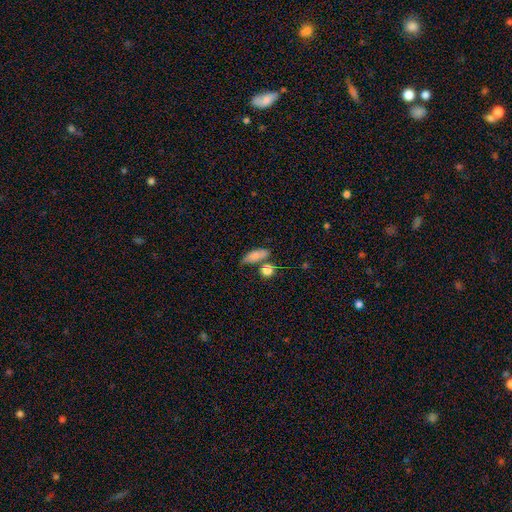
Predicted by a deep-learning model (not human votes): smooth_or_featured: smooth (p=0.78) [alt: featured or disk p=0.14]
how_rounded: in between (p=0.68) [alt: cigar-shaped p=0.24]
merging: none (p=0.52) [alt: merger p=0.22]